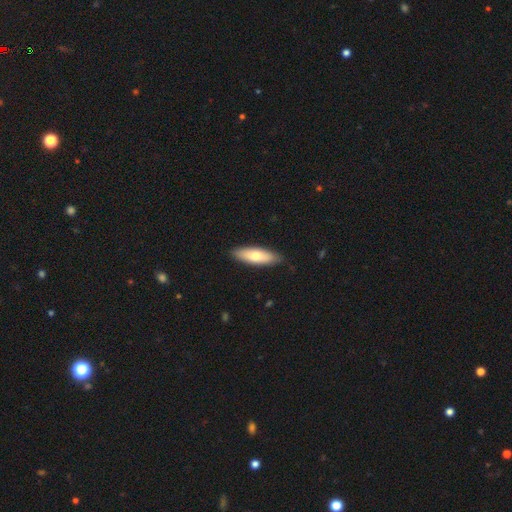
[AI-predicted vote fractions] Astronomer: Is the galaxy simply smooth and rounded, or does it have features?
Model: smooth — 68%.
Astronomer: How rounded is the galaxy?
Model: in between — 56% (runner-up: cigar-shaped, 42%).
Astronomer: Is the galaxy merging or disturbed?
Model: none — 86%.